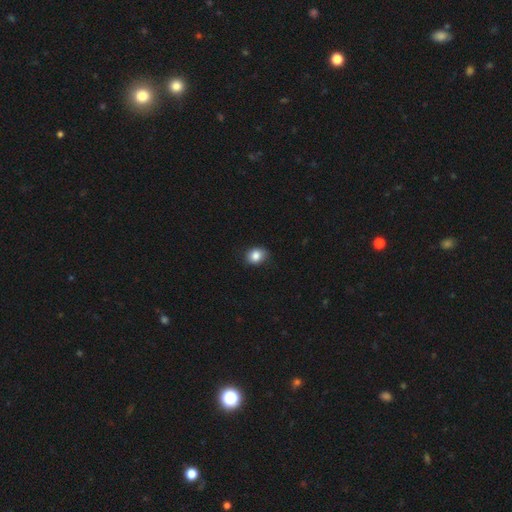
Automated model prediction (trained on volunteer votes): This appears to be a smooth galaxy with no disk features (85%) that is round (50%). Merging: none (81%).